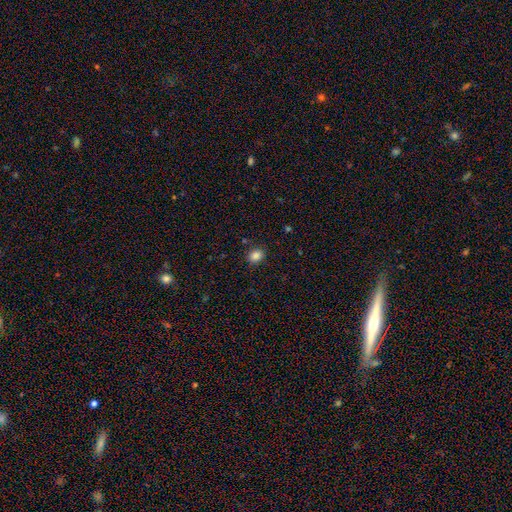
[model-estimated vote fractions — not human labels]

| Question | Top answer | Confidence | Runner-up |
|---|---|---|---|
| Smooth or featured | smooth | 85% | star or artifact (10%) |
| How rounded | in between | 52% | round (47%) |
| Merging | none | 87% | minor disturbance (9%) |